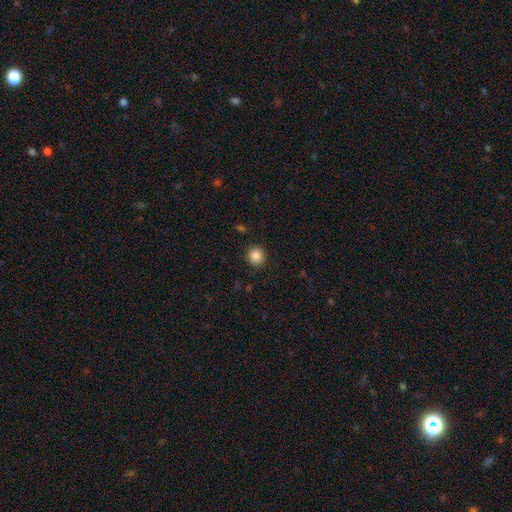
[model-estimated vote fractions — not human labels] This is clearly a smooth galaxy (87%). How rounded: clearly round (91%). Merging: clearly none (91%).